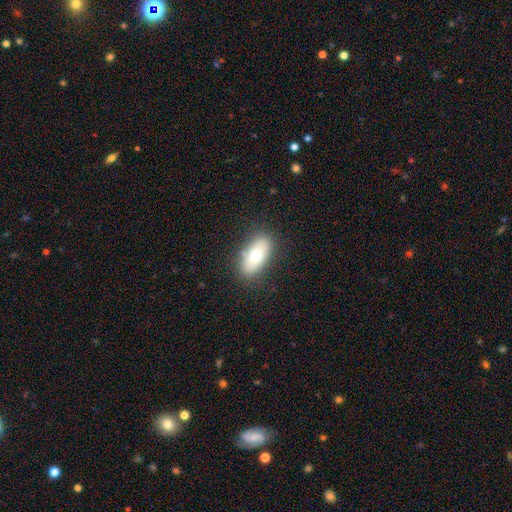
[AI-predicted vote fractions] smooth 68%, featured or disk 23%, star or artifact 8%. Down the decision tree: how rounded — in between (86%); merging — none (83%).